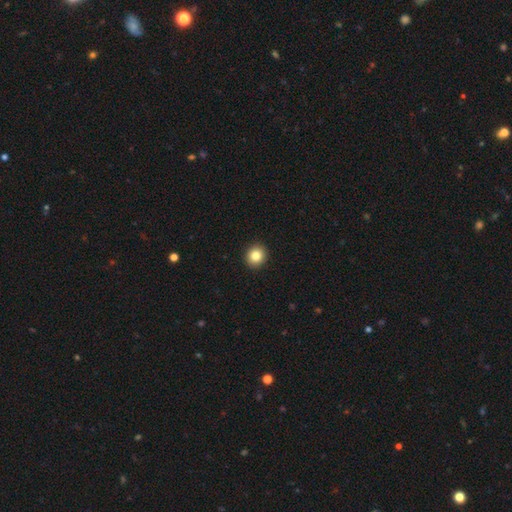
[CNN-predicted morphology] A smooth galaxy with no disk features (84%) that is round (84%). Merging: none (93%).